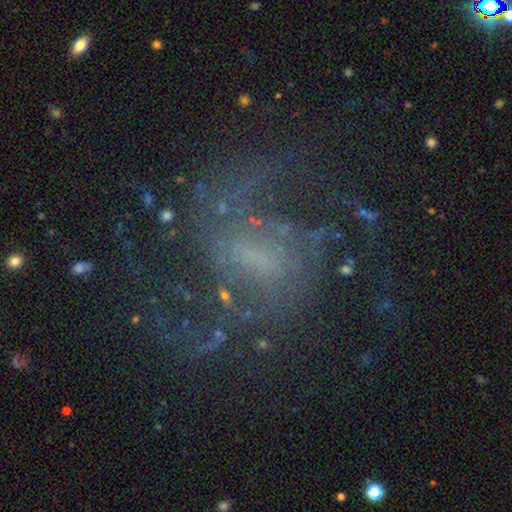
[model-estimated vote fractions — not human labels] Smooth or featured?
  - featured or disk: 81% *
  - star or artifact: 11%
  - smooth: 7%
Edge-on disk?
  - no: 97% *
  - yes: 3%
Bar?
  - weak: 51% *
  - no: 30%
  - strong: 19%
Spiral arms?
  - yes: 93% *
  - no: 7%
Spiral winding?
  - medium: 50% *
  - loose: 28%
  - tight: 23%
Spiral arm count?
  - 2: 48% *
  - can't tell: 23%
  - 3: 12%
  - 4: 6%
  - 1: 6%
  - more than 4: 5%
Bulge size?
  - none: 35% *
  - small: 33%
  - moderate: 24%
  - large: 6%
  - dominant: 1%
Merging?
  - none: 64% *
  - major disturbance: 19%
  - minor disturbance: 16%
  - merger: 2%